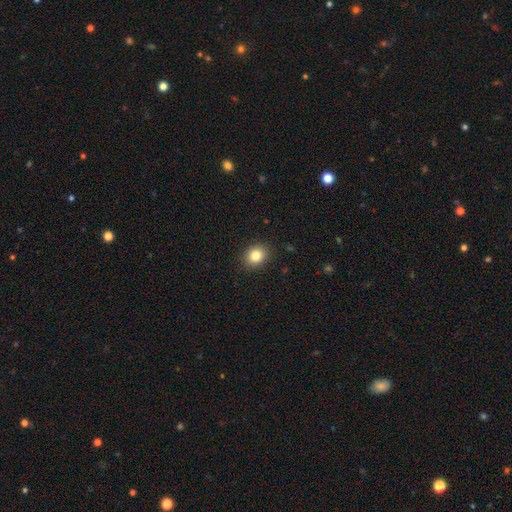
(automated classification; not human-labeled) Smooth or featured? Predicted: smooth (p=0.82). How rounded? Predicted: round (p=0.59). Merging? Predicted: none (p=0.89).